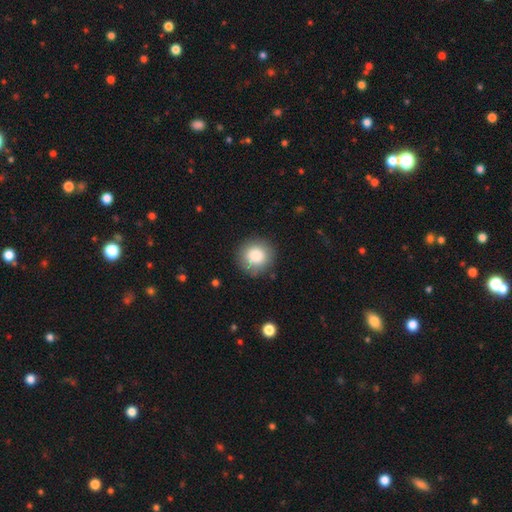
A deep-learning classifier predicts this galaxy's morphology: smooth-or-featured: smooth: 85% | star or artifact: 8% | featured or disk: 7%
  how-rounded: round: 95% | in between: 4% | cigar-shaped: 1%
  merging: none: 88% | minor disturbance: 8% | major disturbance: 3% | merger: 1%